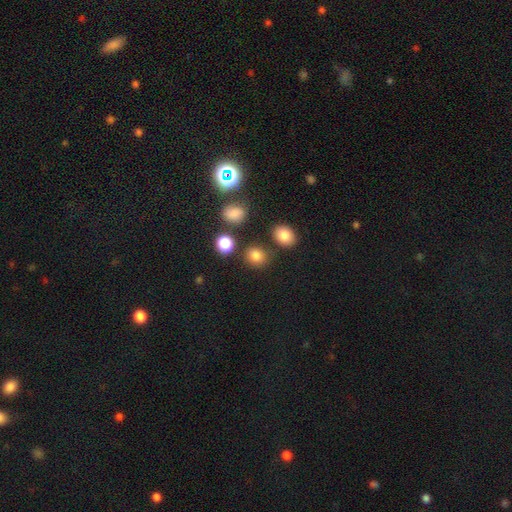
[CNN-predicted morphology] smooth-or-featured: smooth: 81% | star or artifact: 14% | featured or disk: 5%
  how-rounded: round: 76% | in between: 23% | cigar-shaped: 1%
  merging: none: 79% | minor disturbance: 10% | merger: 7% | major disturbance: 4%